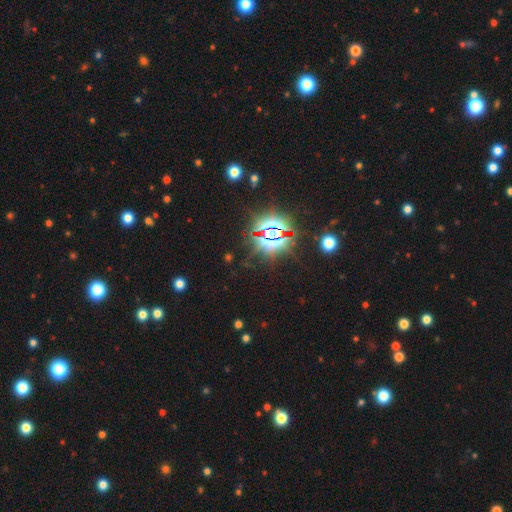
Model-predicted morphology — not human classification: A star or artifact, not a galaxy (83%).